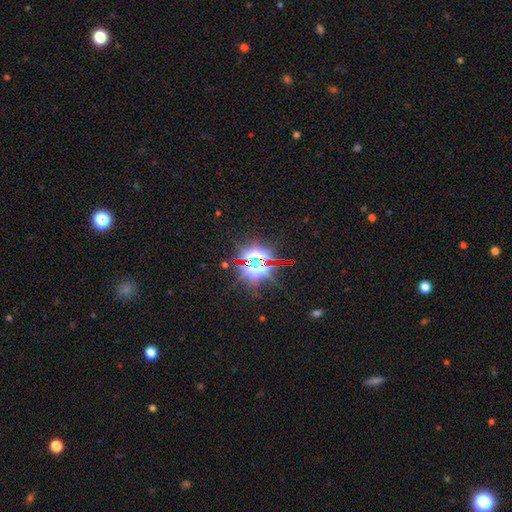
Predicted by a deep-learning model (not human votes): A star or artifact, not a galaxy (78%).